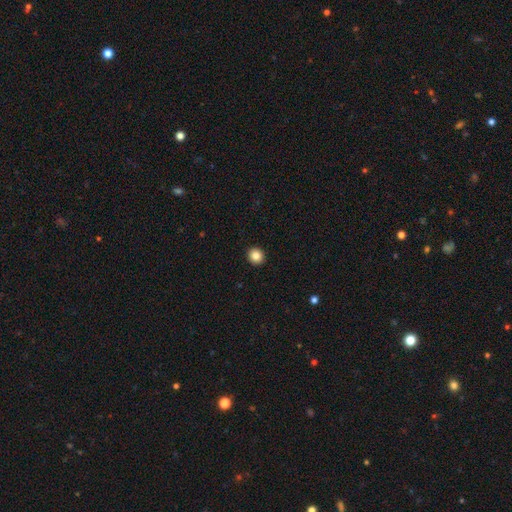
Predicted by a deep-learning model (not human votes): Smooth or featured? Predicted: smooth (p=0.85). How rounded? Predicted: round (p=0.88). Merging? Predicted: none (p=0.93).